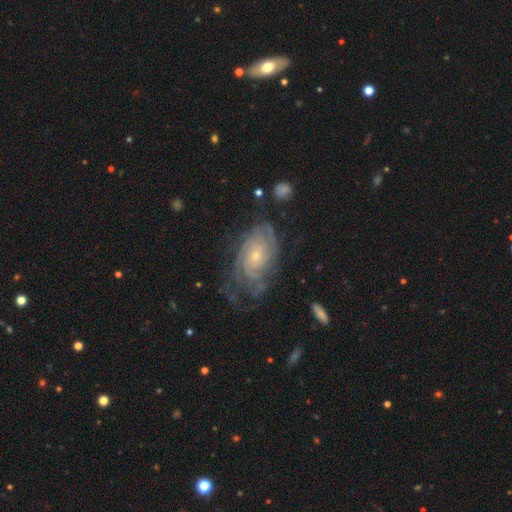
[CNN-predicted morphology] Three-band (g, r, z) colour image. It shows a featured or disk galaxy (85%) with no bar (74%), tight (71%) spiral arms (95%) and a small central bulge (70%). Merging: none (56%).